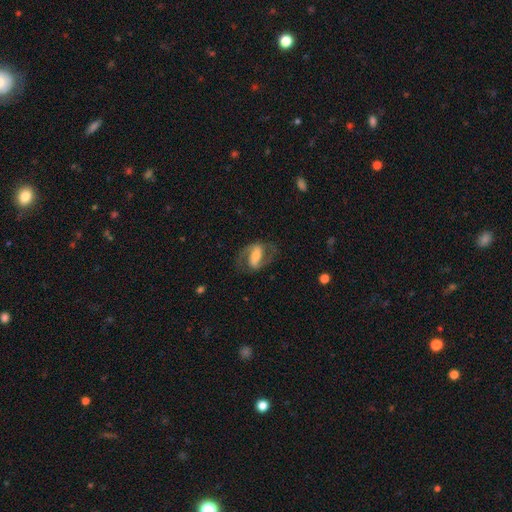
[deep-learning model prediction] A featured or disk galaxy (76%) with a strong bar (54%), 2 (89%) medium (52%) spiral arms (89%) and a moderate central bulge (42%).

Vote fractions:
- Smooth or featured? featured or disk: 76% / smooth: 18% / star or artifact: 6%
- Edge-on disk? no: 95% / yes: 5%
- Bar? strong: 54% / weak: 30% / no: 16%
- Spiral arms? yes: 89% / no: 11%
- Spiral winding? medium: 52% / loose: 26% / tight: 22%
- Spiral arm count? 2: 89% / can't tell: 5% / 1: 3% / 3: 1% / 4: 1% / more than 4: 1%
- Bulge size? moderate: 42% / small: 33% / large: 15% / none: 8% / dominant: 2%
- Merging? none: 72% / minor disturbance: 15% / major disturbance: 11% / merger: 1%